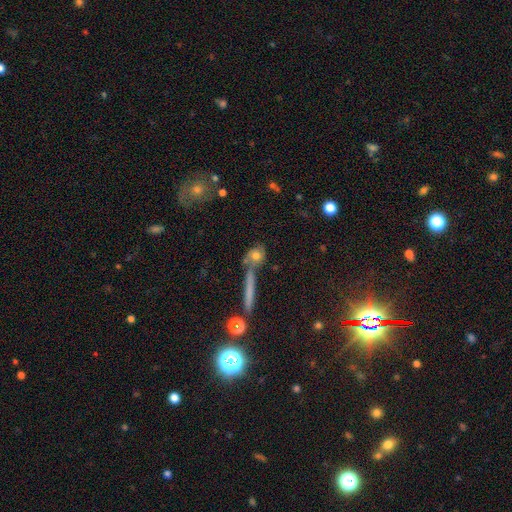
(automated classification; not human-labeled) Smooth or featured?
  - star or artifact: 44% *
  - smooth: 29%
  - featured or disk: 27%